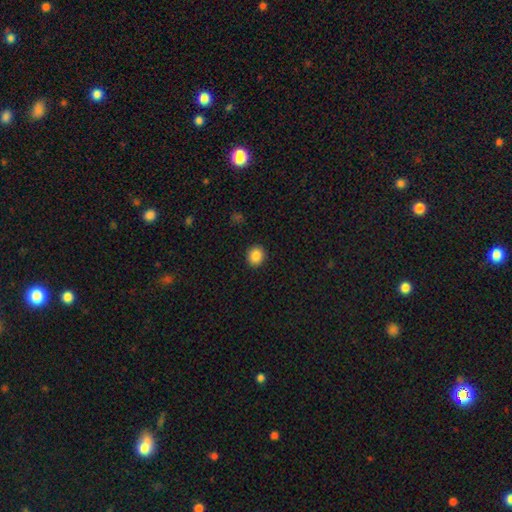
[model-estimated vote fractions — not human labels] A smooth galaxy with no disk features (86%) that is round (84%).

Vote fractions:
- Smooth or featured? smooth: 86% / star or artifact: 10% / featured or disk: 4%
- How rounded? round: 84% / in between: 15% / cigar-shaped: 1%
- Merging? none: 92% / minor disturbance: 5% / major disturbance: 2% / merger: 1%